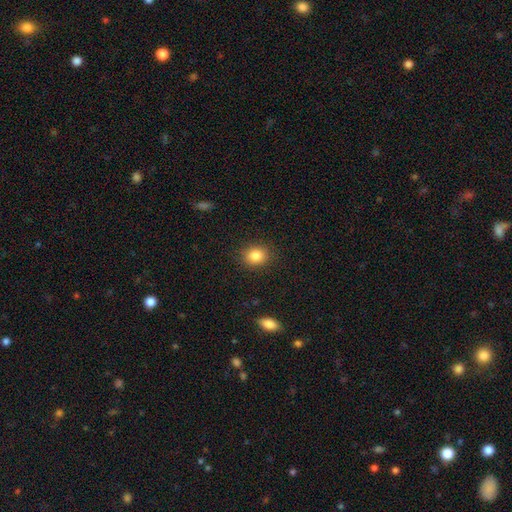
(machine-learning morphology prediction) smooth 86%, star or artifact 9%, featured or disk 5%. Down the decision tree: how rounded — round (57%); merging — none (88%).